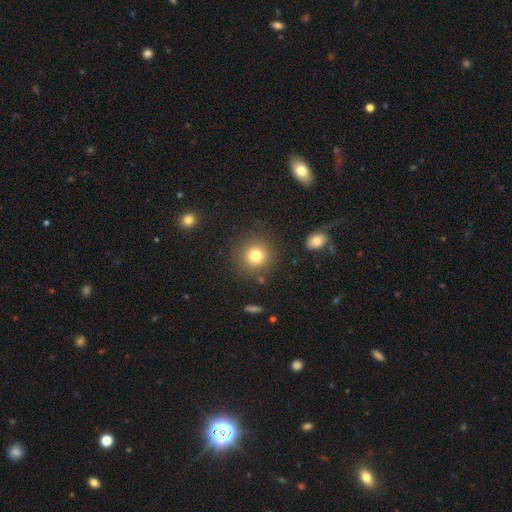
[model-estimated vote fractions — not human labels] Smooth or featured?
  - smooth: 79% *
  - star or artifact: 12%
  - featured or disk: 9%
How rounded?
  - round: 92% *
  - in between: 7%
  - cigar-shaped: 1%
Merging?
  - none: 86% *
  - minor disturbance: 8%
  - major disturbance: 3%
  - merger: 3%